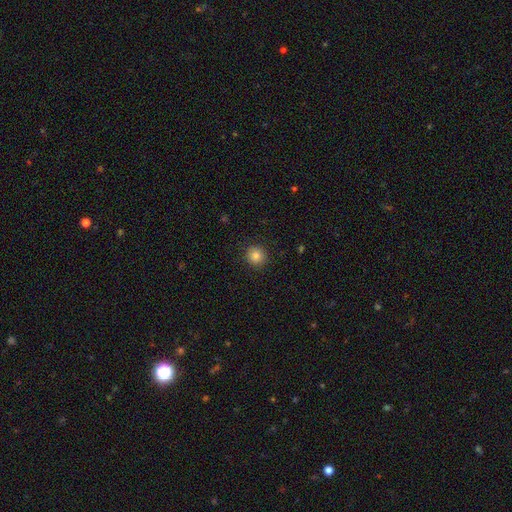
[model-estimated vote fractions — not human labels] smooth 84%, star or artifact 11%, featured or disk 5%. Down the decision tree: how rounded — round (93%); merging — none (91%).